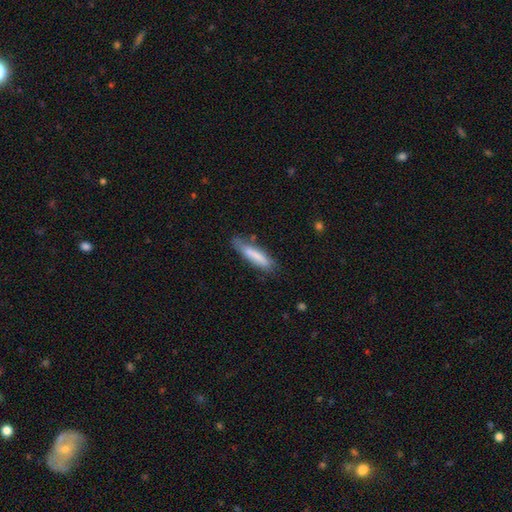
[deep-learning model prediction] Smooth or featured: smooth — 76% (featured or disk — 18%)
How rounded: cigar-shaped — 80% (in between — 19%)
Merging: none — 66% (minor disturbance — 24%)